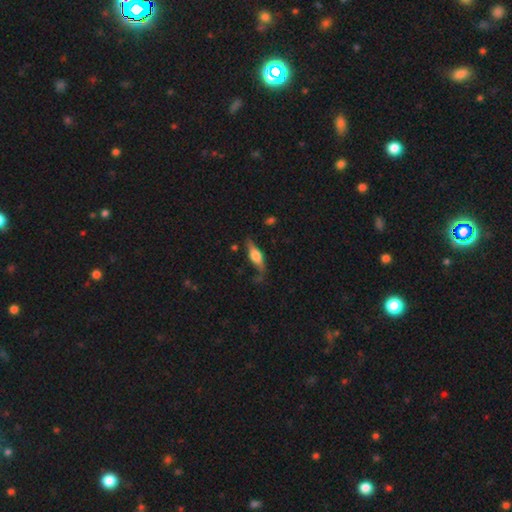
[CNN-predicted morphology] type=featured or disk (53%); edge-on=yes (83%); merging=none (64%).